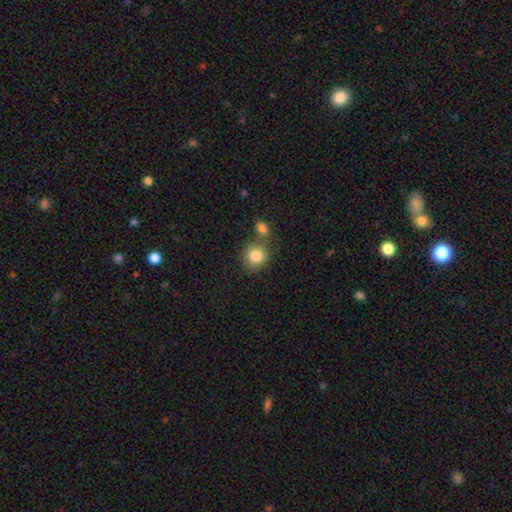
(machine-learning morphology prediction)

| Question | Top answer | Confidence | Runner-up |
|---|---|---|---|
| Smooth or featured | smooth | 84% | star or artifact (9%) |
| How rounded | round | 84% | in between (15%) |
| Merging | none | 60% | merger (25%) |